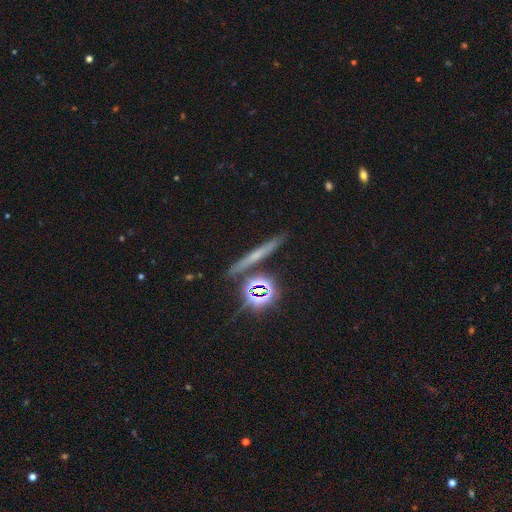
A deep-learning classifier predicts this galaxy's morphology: Overall: smooth (38%; featured or disk 33%). Merging: none (83%).